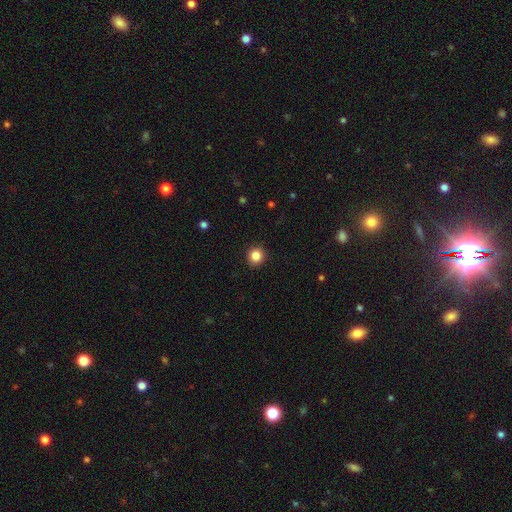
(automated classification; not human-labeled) This appears to be a smooth galaxy with no disk features (85%) that is round (91%). Merging: none (92%).